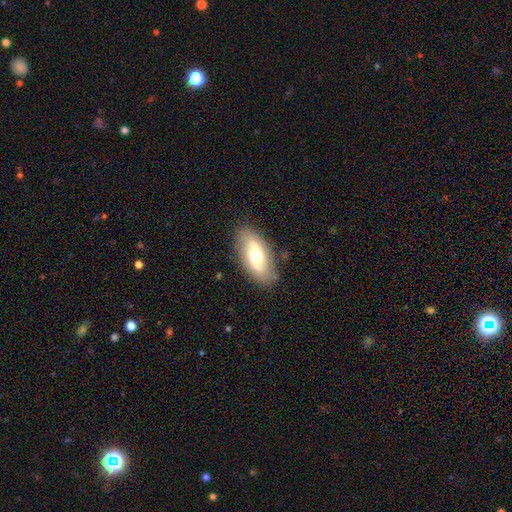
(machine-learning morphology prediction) This appears to be a smooth galaxy with no disk features (49%). Merging: none (84%).